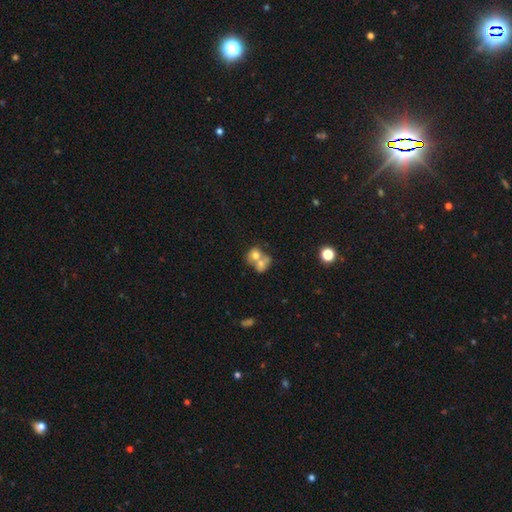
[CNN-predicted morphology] A smooth galaxy with no disk features (63%) that is round (63%). Merging: merger (70%).